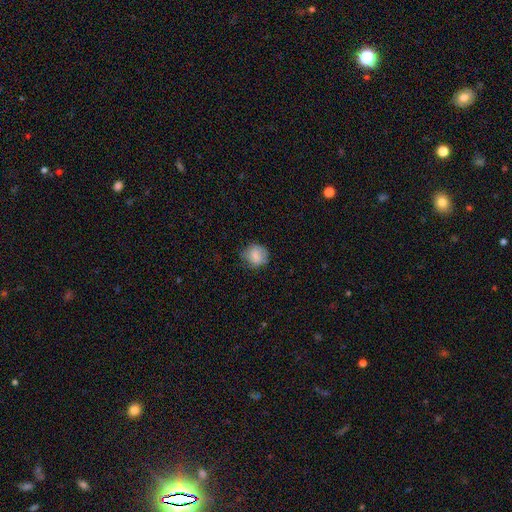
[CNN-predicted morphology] Smooth or featured? smooth (79%)
How rounded? round (78%)
Merging? none (69%)